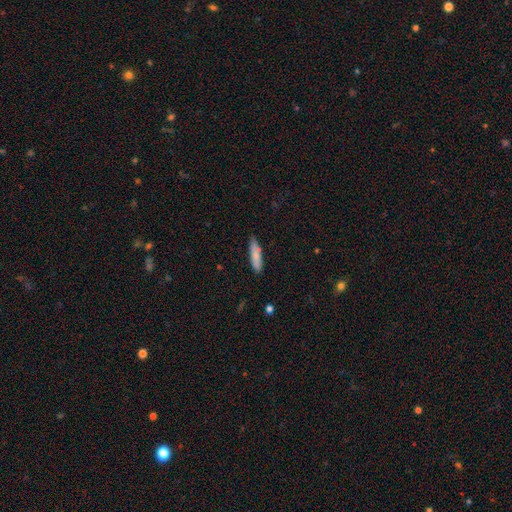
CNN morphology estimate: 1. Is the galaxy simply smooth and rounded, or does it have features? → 82% smooth, 12% featured or disk, 6% star or artifact.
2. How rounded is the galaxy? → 78% cigar-shaped, 21% in between, 1% round.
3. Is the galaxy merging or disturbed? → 80% none, 16% minor disturbance, 2% major disturbance, 2% merger.